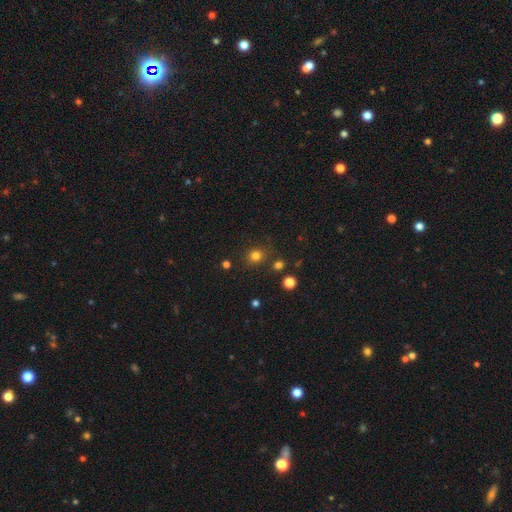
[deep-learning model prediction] This appears to be a smooth galaxy with no disk features (78%) that is round (84%). Merging: none (81%).